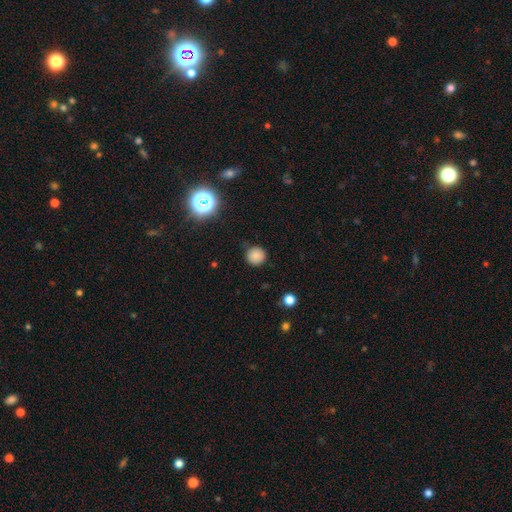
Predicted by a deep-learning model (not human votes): Smooth or featured: smooth — 82% (star or artifact — 13%)
How rounded: round — 94% (in between — 5%)
Merging: none — 88% (minor disturbance — 8%)